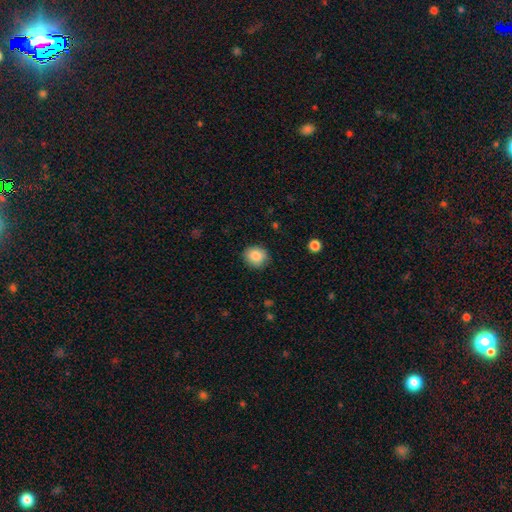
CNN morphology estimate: Smooth or featured? Predicted: smooth (p=0.86). How rounded? Predicted: round (p=0.78). Merging? Predicted: none (p=0.88).